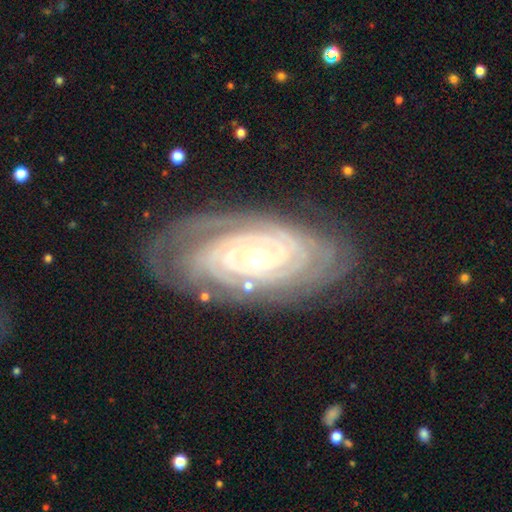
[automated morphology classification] smooth_or_featured: featured or disk (p=0.90) [alt: star or artifact p=0.05]
disk_edge_on: no (p=0.94) [alt: yes p=0.06]
bar: no (p=0.70) [alt: weak p=0.19]
has_spiral_arms: yes (p=0.97) [alt: no p=0.03]
spiral_winding: tight (p=0.86) [alt: medium p=0.11]
spiral_arm_count: 2 (p=0.26) [tied with: can't tell p=0.26]
bulge_size: moderate (p=0.53) [alt: small p=0.42]
merging: none (p=0.77) [alt: minor disturbance p=0.16]